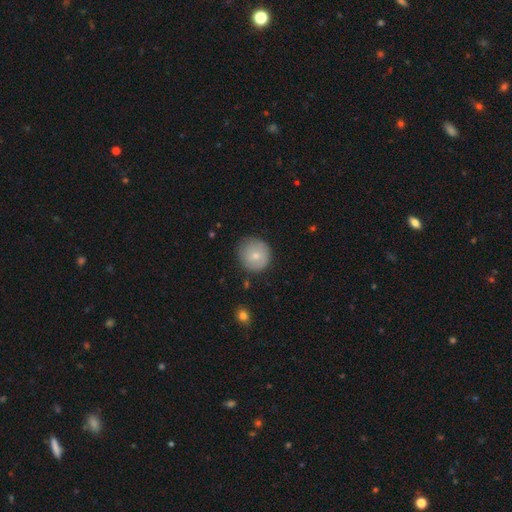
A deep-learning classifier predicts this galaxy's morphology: smooth_or_featured: smooth (p=0.74) [alt: featured or disk p=0.18]
how_rounded: round (p=0.92) [alt: in between p=0.07]
merging: none (p=0.78) [alt: minor disturbance p=0.16]